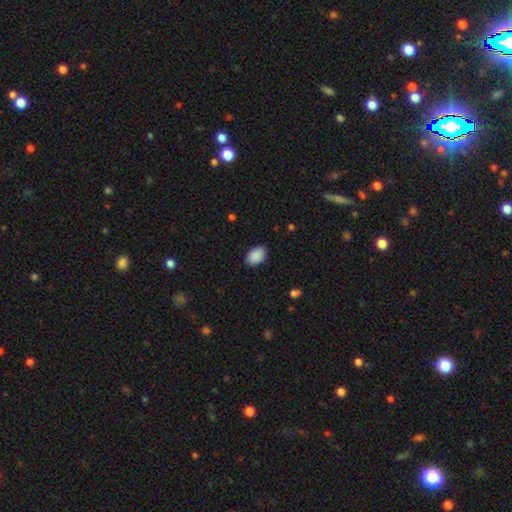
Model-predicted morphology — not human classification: Smooth or featured? smooth (90%)
How rounded? in between (89%)
Merging? none (88%)